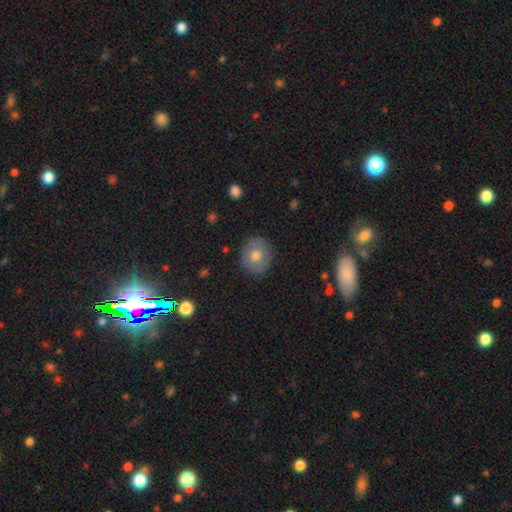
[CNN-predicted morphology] This appears to be a smooth galaxy with no disk features (69%) that is round (83%). Merging: none (87%).